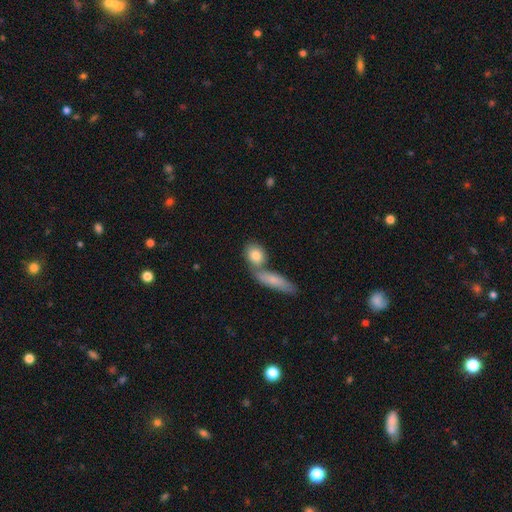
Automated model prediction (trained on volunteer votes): smooth_or_featured: smooth (p=0.81) [alt: featured or disk p=0.13]
how_rounded: in between (p=0.50) [alt: round p=0.41]
merging: none (p=0.47) [alt: merger p=0.39]